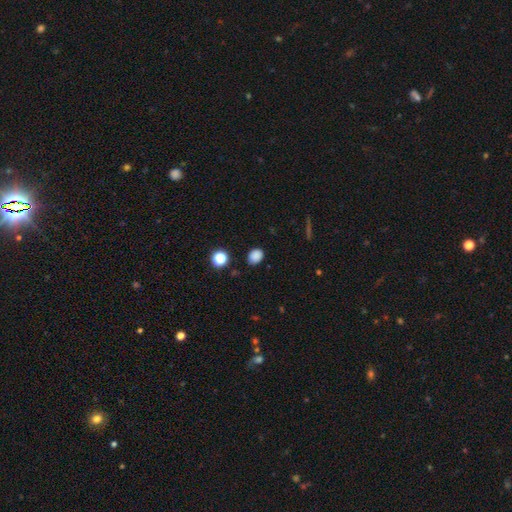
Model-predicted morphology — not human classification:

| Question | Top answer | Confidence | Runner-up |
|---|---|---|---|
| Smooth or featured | smooth | 84% | star or artifact (12%) |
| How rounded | in between | 54% | round (45%) |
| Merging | none | 85% | minor disturbance (11%) |